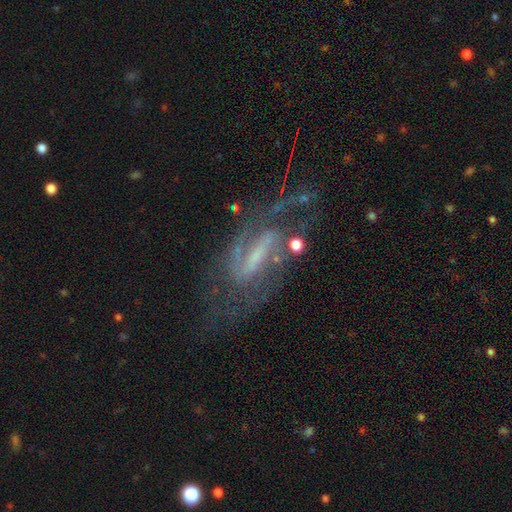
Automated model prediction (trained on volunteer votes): Overall: featured or disk (85%). Edge-on disk: no (93%). Bar: strong (51%; weak 36%). Spiral arms: yes (94%). Spiral arm count: 2 (82%). Spiral winding: medium (52%; tight 25%). Bulge size: small (47%; none 31%). Merging: none (60%).